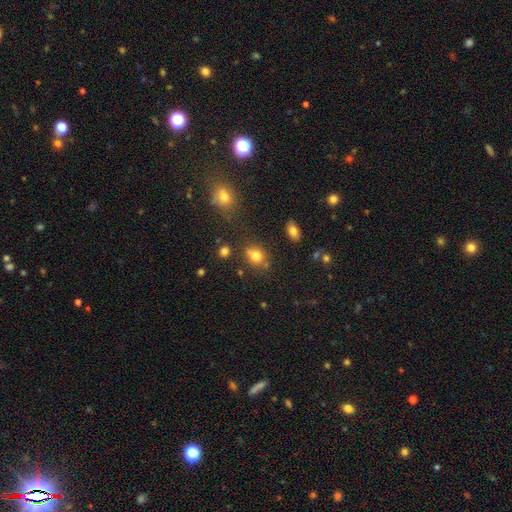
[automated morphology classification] smooth 76%, star or artifact 14%, featured or disk 10%. Down the decision tree: how rounded — round (64%); merging — none (62%).